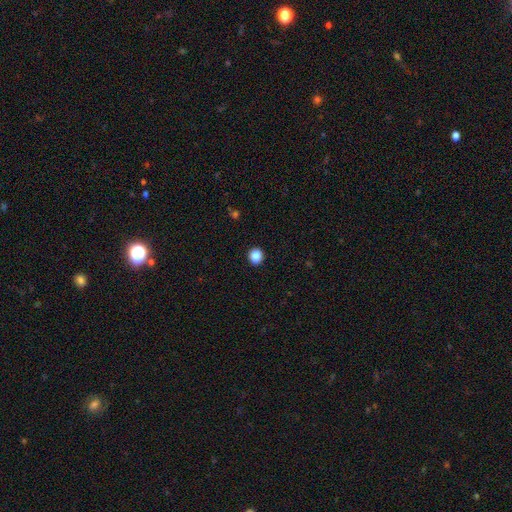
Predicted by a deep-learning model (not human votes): Smooth or featured? Predicted: smooth (p=0.87). How rounded? Predicted: round (p=0.82). Merging? Predicted: none (p=0.92).